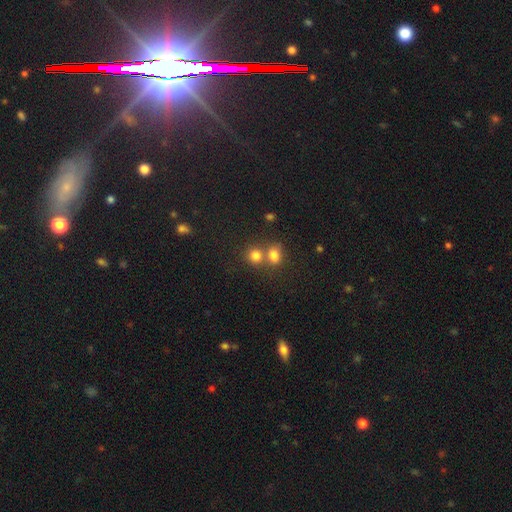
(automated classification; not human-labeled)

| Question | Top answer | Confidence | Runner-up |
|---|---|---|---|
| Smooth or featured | smooth | 77% | star or artifact (14%) |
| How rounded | round | 76% | in between (23%) |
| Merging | merger | 45% | none (44%) |